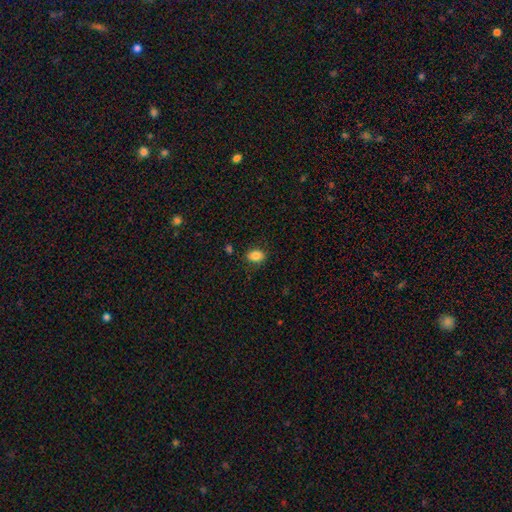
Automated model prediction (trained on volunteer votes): smooth_or_featured: smooth (p=0.84) [alt: star or artifact p=0.09]
how_rounded: in between (p=0.75) [alt: round p=0.23]
merging: none (p=0.83) [alt: minor disturbance p=0.12]